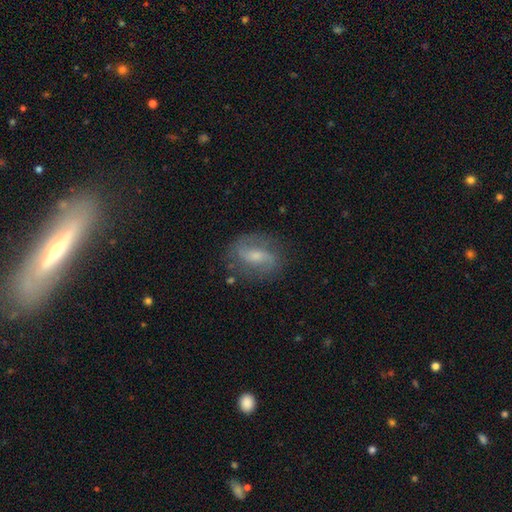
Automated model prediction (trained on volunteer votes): A featured or disk galaxy (76%) with a weak bar (49%), 2 (87%) medium (44%) spiral arms (90%) and a small central bulge (47%).

Vote fractions:
- Smooth or featured? featured or disk: 76% / smooth: 17% / star or artifact: 7%
- Edge-on disk? no: 96% / yes: 4%
- Bar? weak: 49% / no: 26% / strong: 25%
- Spiral arms? yes: 90% / no: 10%
- Spiral winding? medium: 44% / loose: 39% / tight: 17%
- Spiral arm count? 2: 87% / can't tell: 6% / 1: 3% / 3: 1% / 4: 1% / more than 4: 1%
- Bulge size? small: 47% / moderate: 42% / none: 6% / large: 4% / dominant: 1%
- Merging? none: 77% / minor disturbance: 15% / major disturbance: 6% / merger: 2%